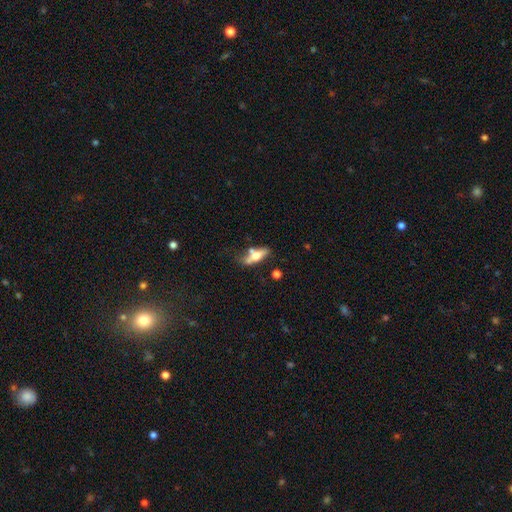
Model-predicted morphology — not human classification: This appears to be a smooth galaxy with no disk features (50%). Merging: none (45%).